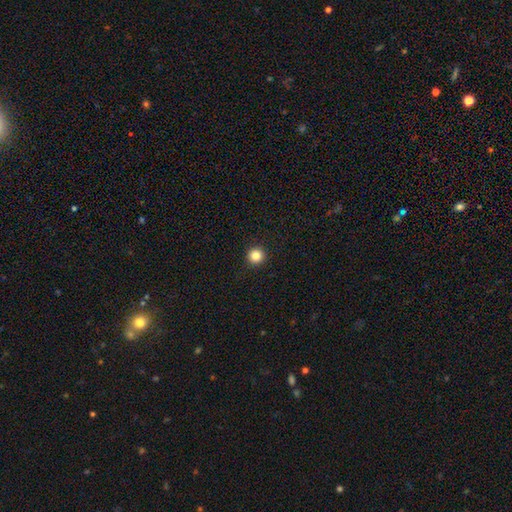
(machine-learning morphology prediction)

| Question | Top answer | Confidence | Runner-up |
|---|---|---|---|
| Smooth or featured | smooth | 84% | star or artifact (11%) |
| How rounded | round | 96% | in between (3%) |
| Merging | none | 94% | minor disturbance (4%) |